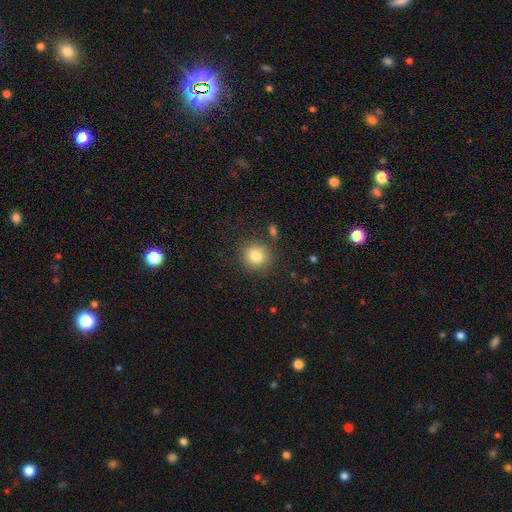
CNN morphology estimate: Smooth or featured? Predicted: smooth (p=0.82). How rounded? Predicted: round (p=0.90). Merging? Predicted: none (p=0.85).